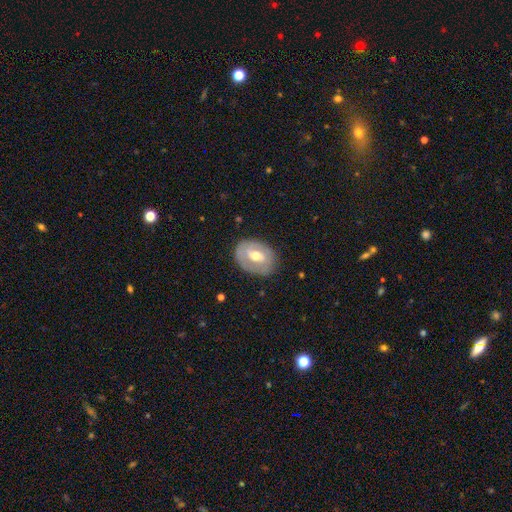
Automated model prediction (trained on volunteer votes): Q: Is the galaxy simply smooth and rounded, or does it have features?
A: featured or disk — 59%.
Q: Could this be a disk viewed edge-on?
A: no — 93%.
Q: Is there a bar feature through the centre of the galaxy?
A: weak — 44%.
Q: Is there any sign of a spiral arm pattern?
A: no — 58%.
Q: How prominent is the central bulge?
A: moderate — 73%.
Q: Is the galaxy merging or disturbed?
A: none — 78%.